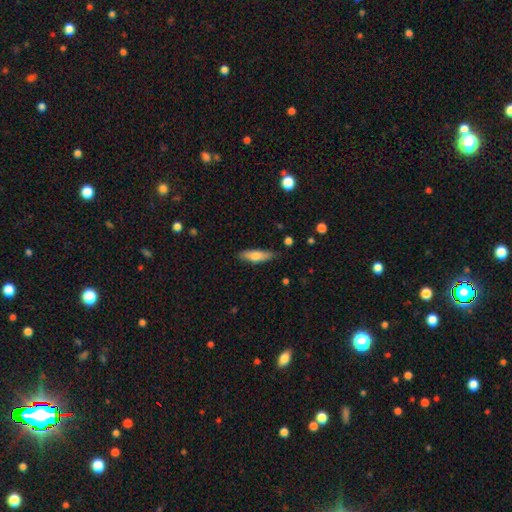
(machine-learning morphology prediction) smooth-or-featured: smooth: 72% | featured or disk: 22% | star or artifact: 6%
  how-rounded: cigar-shaped: 59% | in between: 39% | round: 2%
  merging: none: 83% | minor disturbance: 14% | major disturbance: 2% | merger: 1%